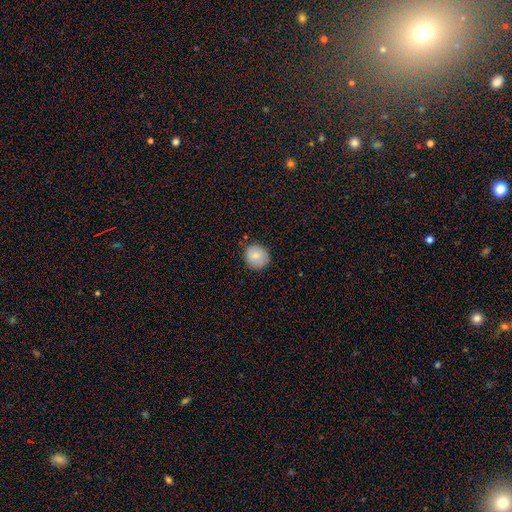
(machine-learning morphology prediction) This appears to be a smooth galaxy with no disk features (81%) that is round (85%). Merging: none (80%).